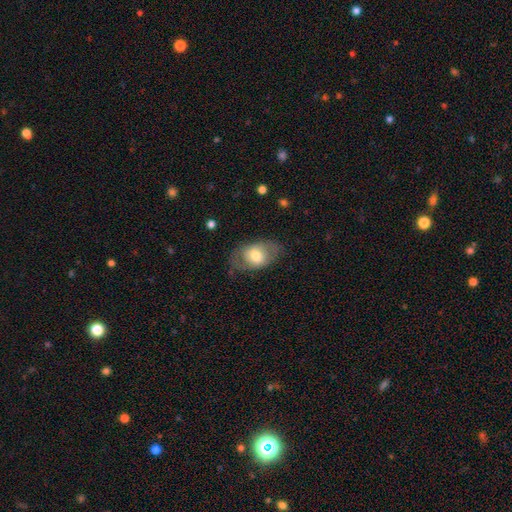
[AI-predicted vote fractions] Smooth or featured? Predicted: smooth (p=0.58). How rounded? Predicted: in between (p=0.83). Merging? Predicted: none (p=0.67).